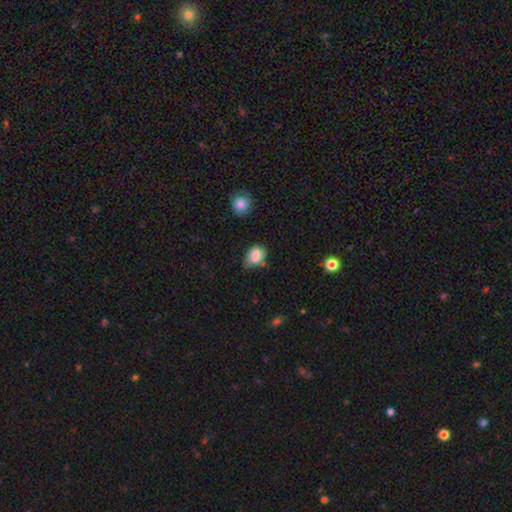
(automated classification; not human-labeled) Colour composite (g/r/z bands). It shows a smooth galaxy with no disk features (75%) that is in between round and cigar-shaped (77%). Merging: none (51%).